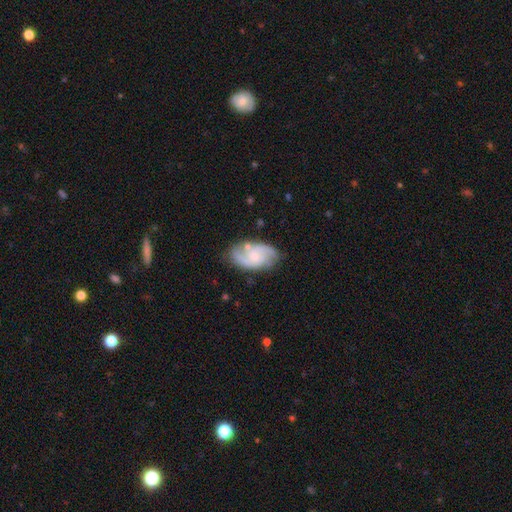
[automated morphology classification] This is likely a featured or disk galaxy (75%). It is clearly not viewed edge-on (97%). Bar: possibly no (55%). Spiral arm pattern: clearly yes (93%). Spiral arm count: likely 2 (78%). Spiral winding: possibly medium (50%). Central bulge: possibly small (58%). Merging: likely none (68%).